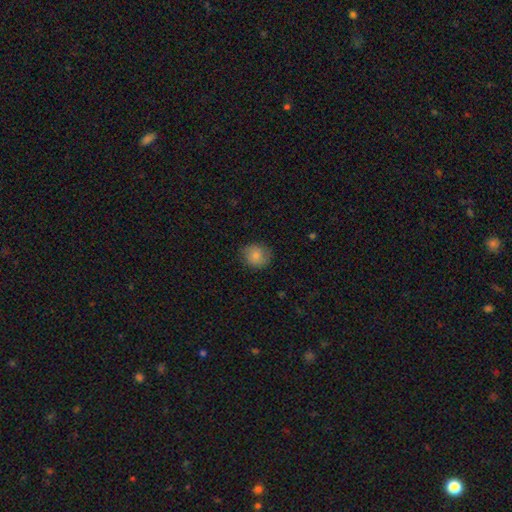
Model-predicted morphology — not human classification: This is likely a smooth galaxy (77%). How rounded: likely round (78%). Merging: likely none (78%).